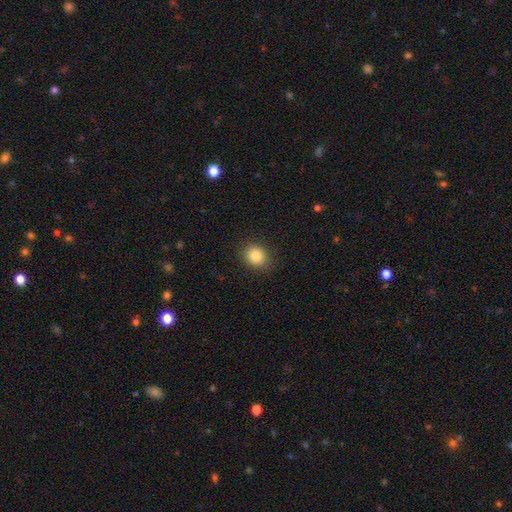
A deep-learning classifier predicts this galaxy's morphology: smooth-or-featured: smooth: 84% | star or artifact: 10% | featured or disk: 6%
  how-rounded: round: 68% | in between: 31% | cigar-shaped: 1%
  merging: none: 88% | minor disturbance: 9% | major disturbance: 2% | merger: 1%